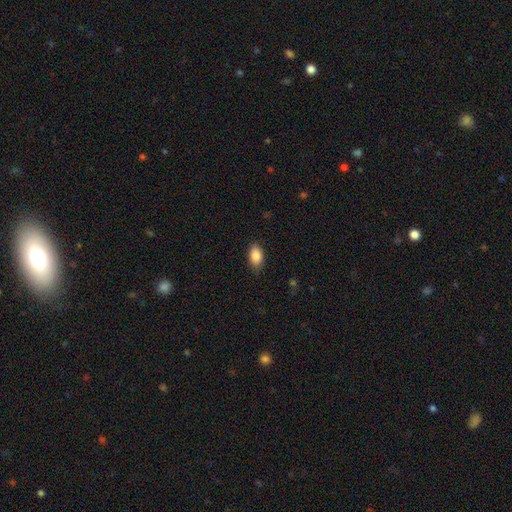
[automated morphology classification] smooth-or-featured: smooth: 88% | star or artifact: 7% | featured or disk: 5%
  how-rounded: in between: 91% | round: 7% | cigar-shaped: 2%
  merging: none: 82% | minor disturbance: 15% | major disturbance: 3% | merger: 1%